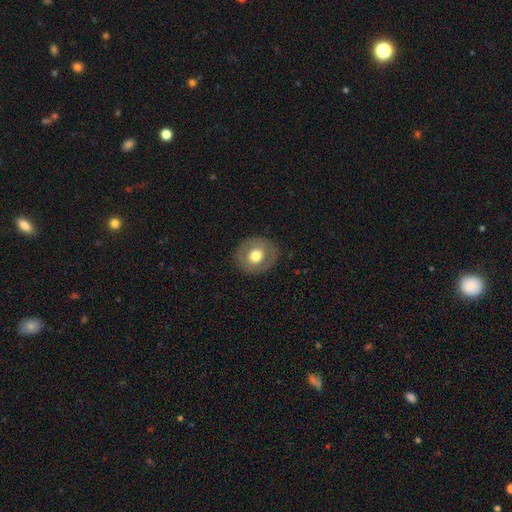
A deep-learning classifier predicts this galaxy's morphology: Smooth or featured?
  - smooth: 62% *
  - featured or disk: 31%
  - star or artifact: 7%
How rounded?
  - round: 79% *
  - in between: 20%
  - cigar-shaped: 1%
Merging?
  - none: 86% *
  - minor disturbance: 9%
  - major disturbance: 3%
  - merger: 1%